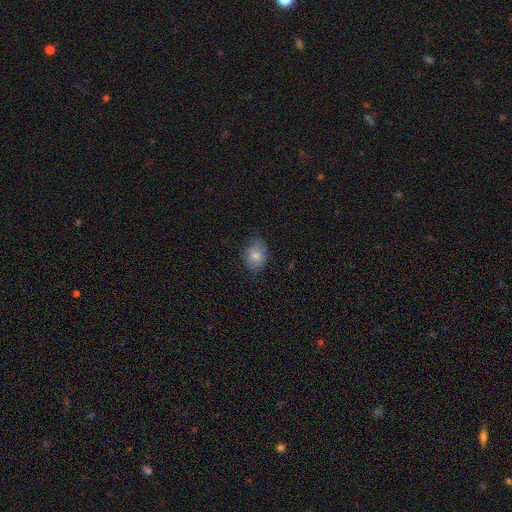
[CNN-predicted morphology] Smooth or featured: smooth — 83% (featured or disk — 9%)
How rounded: in between — 55% (round — 44%)
Merging: none — 72% (minor disturbance — 22%)